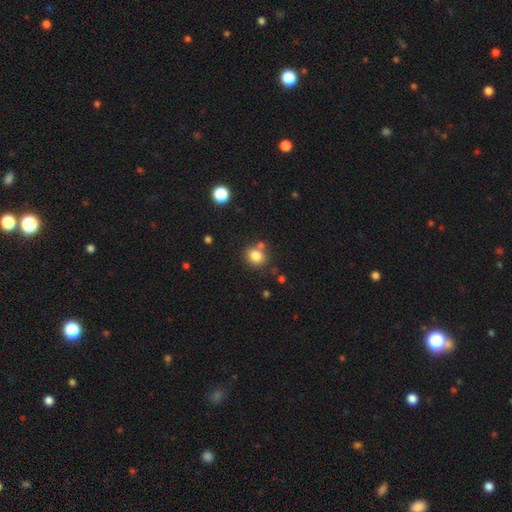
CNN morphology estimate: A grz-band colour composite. It shows a smooth galaxy with no disk features (82%) that is round (75%). Merging: none (71%).